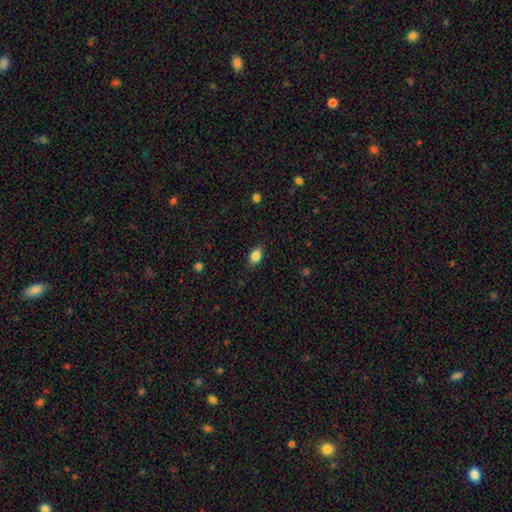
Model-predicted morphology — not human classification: A smooth galaxy with no disk features (84%) that is in between round and cigar-shaped (79%). Merging: none (83%).